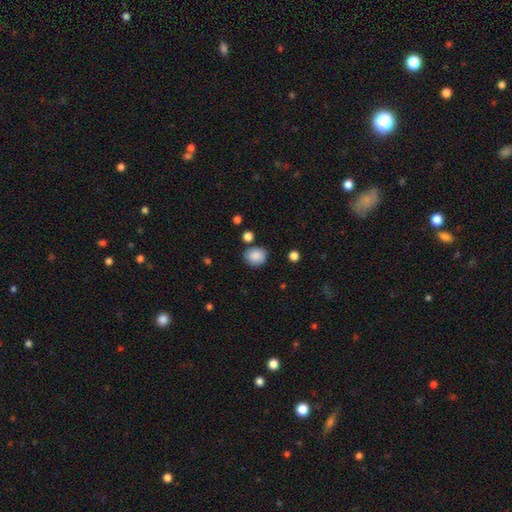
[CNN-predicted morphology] Q: Smooth or featured?
A: smooth (87%); runner-up: star or artifact (8%)
Q: How rounded?
A: round (68%); runner-up: in between (31%)
Q: Merging?
A: none (79%); runner-up: minor disturbance (13%)